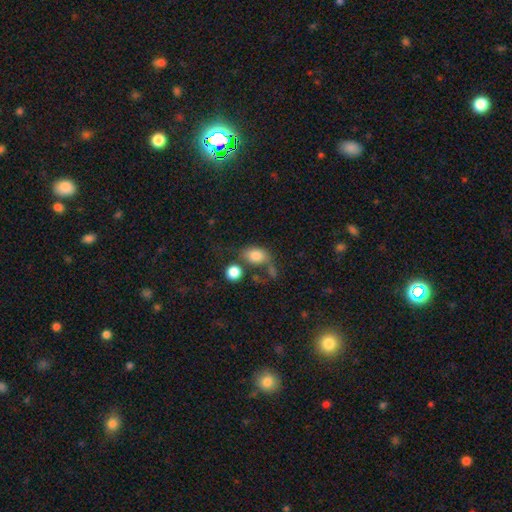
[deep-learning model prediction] Morphology: type=smooth (80%); roundness=in between (74%); merging=none (44%).